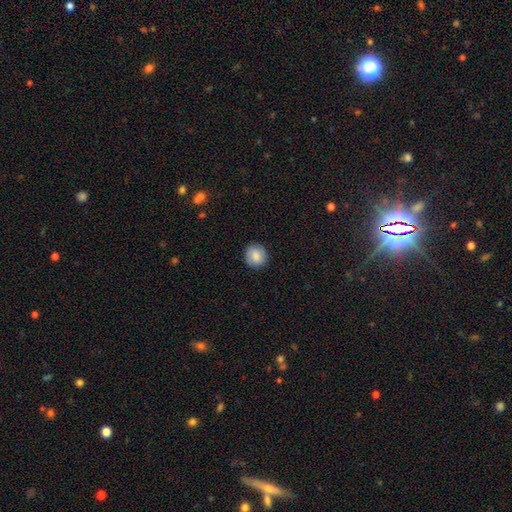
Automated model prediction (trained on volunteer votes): A smooth galaxy with no disk features (84%) that is round (89%).

Vote fractions:
- Smooth or featured? smooth: 84% / featured or disk: 8% / star or artifact: 8%
- How rounded? round: 89% / in between: 10% / cigar-shaped: 1%
- Merging? none: 89% / minor disturbance: 8% / major disturbance: 2% / merger: 1%